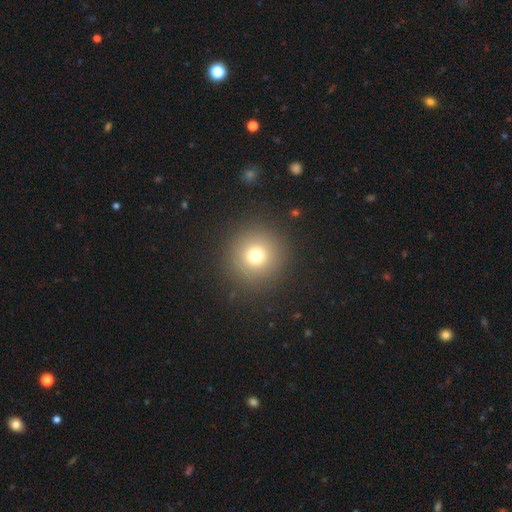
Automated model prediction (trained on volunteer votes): Smooth or featured? smooth (75%)
How rounded? round (96%)
Merging? none (91%)